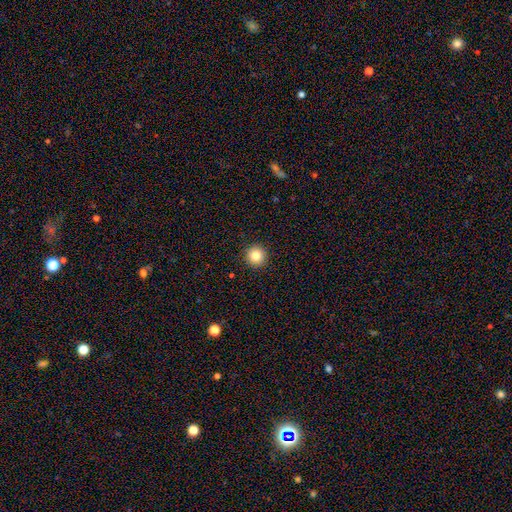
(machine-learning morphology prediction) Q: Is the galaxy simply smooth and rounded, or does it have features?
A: smooth — 83%.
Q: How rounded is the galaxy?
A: round — 96%.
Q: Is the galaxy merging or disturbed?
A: none — 93%.